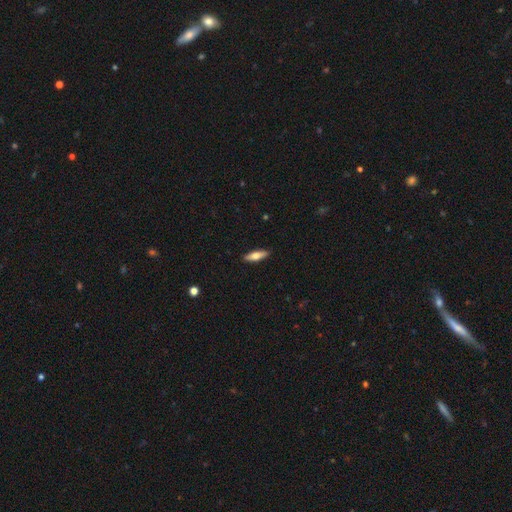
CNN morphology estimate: Overall: smooth (62%; featured or disk 32%). How rounded: cigar-shaped (55%; in between 42%). Merging: none (90%).